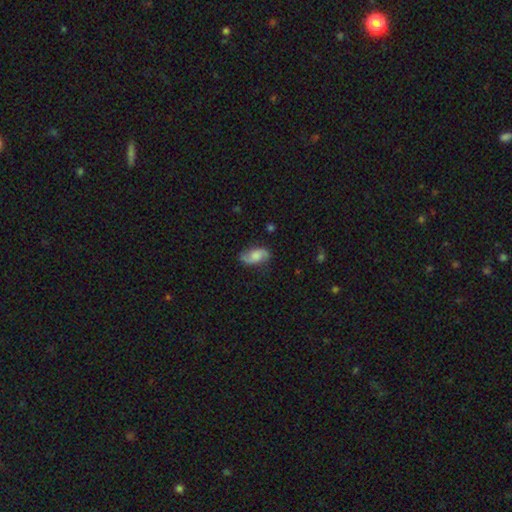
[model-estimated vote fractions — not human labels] Smooth or featured?
  - featured or disk: 61% *
  - smooth: 32%
  - star or artifact: 7%
Edge-on disk?
  - no: 95% *
  - yes: 5%
Bar?
  - no: 61% *
  - weak: 33%
  - strong: 6%
Spiral arms?
  - yes: 93% *
  - no: 7%
Spiral winding?
  - loose: 54% *
  - medium: 34%
  - tight: 12%
Spiral arm count?
  - 2: 90% *
  - can't tell: 4%
  - 1: 3%
  - 3: 1%
  - 4: 1%
  - more than 4: 1%
Bulge size?
  - moderate: 37% *
  - large: 21%
  - small: 21%
  - none: 18%
  - dominant: 3%
Merging?
  - none: 77% *
  - minor disturbance: 16%
  - major disturbance: 5%
  - merger: 1%